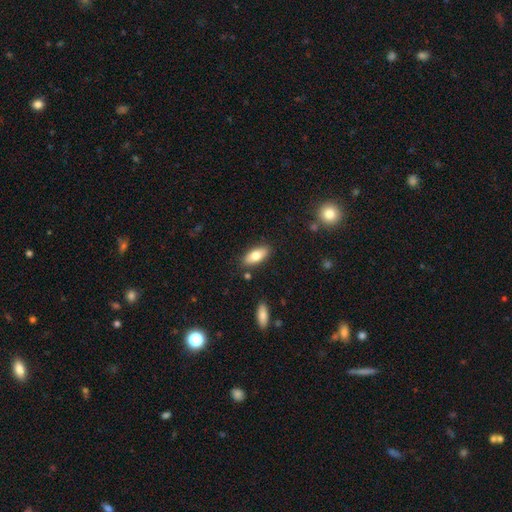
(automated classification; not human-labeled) Q: Smooth or featured?
A: smooth (75%); runner-up: featured or disk (19%)
Q: How rounded?
A: in between (84%); runner-up: cigar-shaped (14%)
Q: Merging?
A: none (85%); runner-up: minor disturbance (10%)